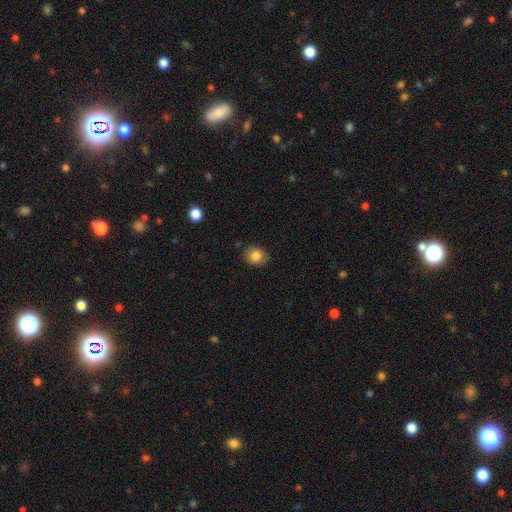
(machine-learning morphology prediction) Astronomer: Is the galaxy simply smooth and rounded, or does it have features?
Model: smooth — 82%.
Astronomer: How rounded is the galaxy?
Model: round — 59% (runner-up: in between, 40%).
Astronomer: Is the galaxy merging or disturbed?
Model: none — 82%.